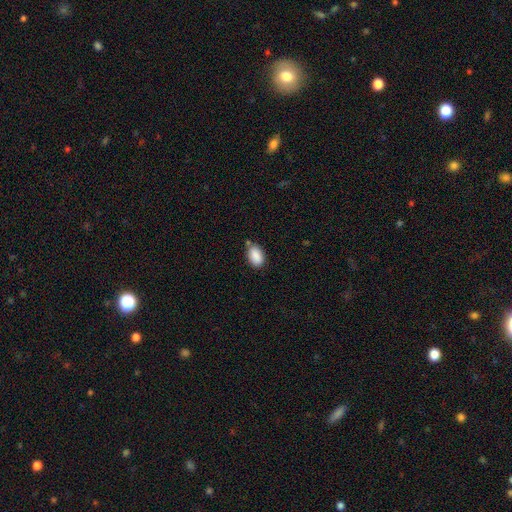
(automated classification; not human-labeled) The model was most divided on "merging": none: 73%, minor disturbance: 18%, merger: 6%, major disturbance: 3%. More confident: how rounded — in between (91%); smooth or featured — smooth (89%).